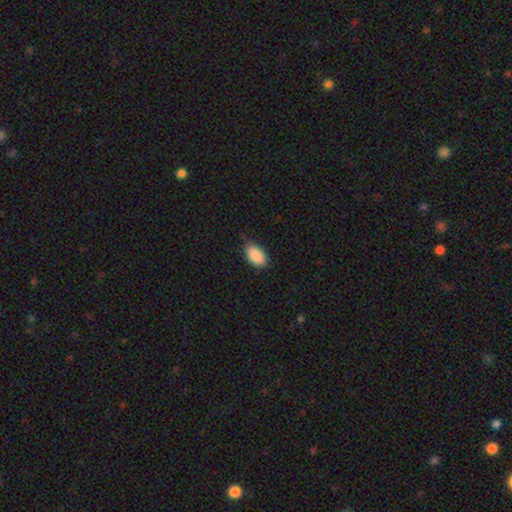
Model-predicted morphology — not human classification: Smooth or featured? Predicted: smooth (p=0.90). How rounded? Predicted: in between (p=0.94). Merging? Predicted: none (p=0.78).